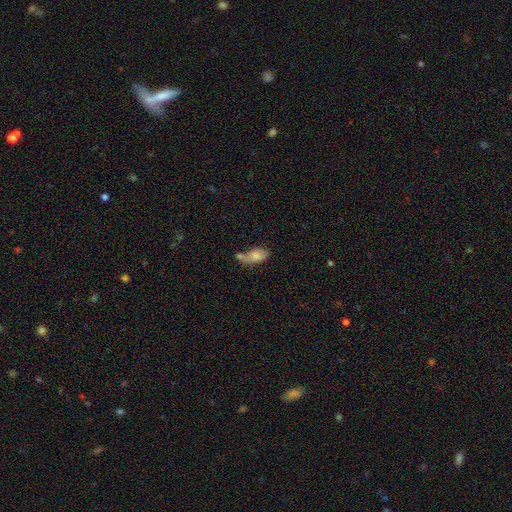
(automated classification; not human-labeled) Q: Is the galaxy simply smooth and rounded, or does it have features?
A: smooth — 69%.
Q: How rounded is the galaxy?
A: in between — 87%.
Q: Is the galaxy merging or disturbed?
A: merger — 39%.